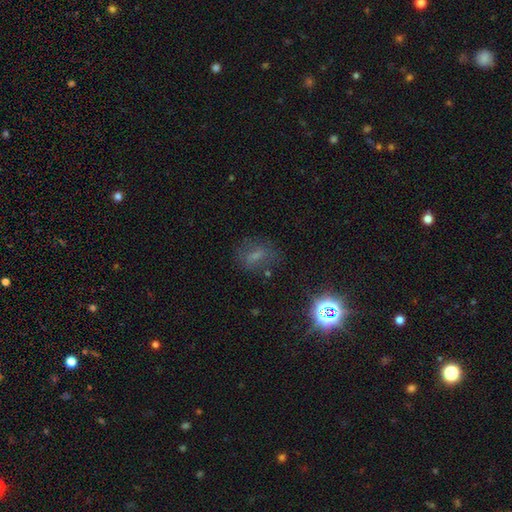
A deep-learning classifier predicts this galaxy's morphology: Smooth or featured: smooth — 44% (star or artifact — 31%)
Merging: none — 68% (minor disturbance — 18%)